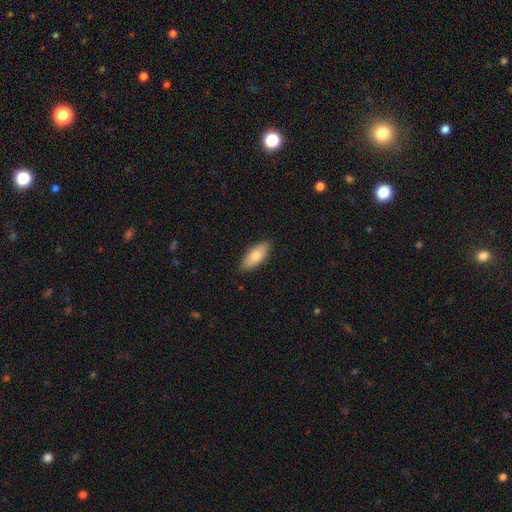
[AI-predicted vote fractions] Smooth or featured? Predicted: smooth (p=0.78). How rounded? Predicted: in between (p=0.82). Merging? Predicted: none (p=0.88).